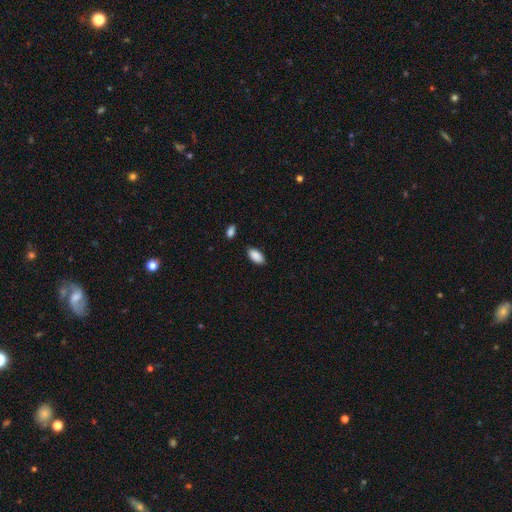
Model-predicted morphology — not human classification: smooth-or-featured: smooth: 90% | star or artifact: 7% | featured or disk: 4%
  how-rounded: in between: 94% | cigar-shaped: 4% | round: 3%
  merging: none: 85% | minor disturbance: 10% | merger: 3% | major disturbance: 2%